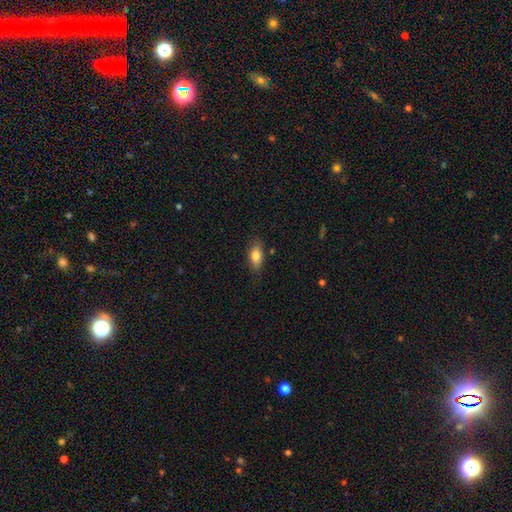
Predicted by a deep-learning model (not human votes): Overall: smooth (81%). How rounded: in between (86%). Merging: none (80%).